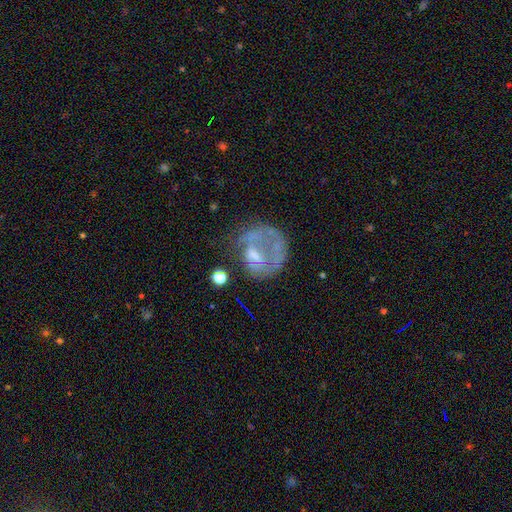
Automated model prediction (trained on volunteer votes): This is likely a featured or disk galaxy (60%). It is clearly not viewed edge-on (97%). Bar: likely no (64%). Spiral arm pattern: likely no (66%). Central bulge: marginally none (35%). Merging: marginally none (37%).